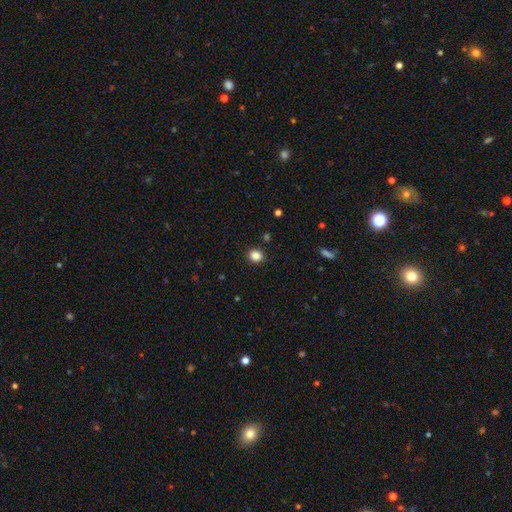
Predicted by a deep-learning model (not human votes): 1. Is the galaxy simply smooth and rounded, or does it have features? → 85% smooth, 11% star or artifact, 4% featured or disk.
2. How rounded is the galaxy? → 72% round, 27% in between, 1% cigar-shaped.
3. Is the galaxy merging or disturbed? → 88% none, 8% minor disturbance, 2% major disturbance, 1% merger.